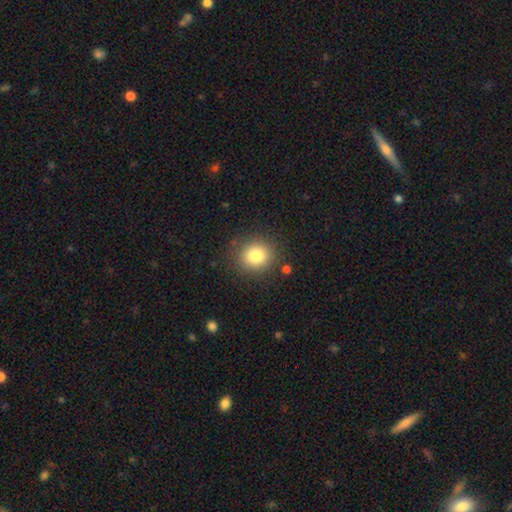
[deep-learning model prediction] Q: Smooth or featured?
A: smooth (81%); runner-up: star or artifact (11%)
Q: How rounded?
A: round (84%); runner-up: in between (15%)
Q: Merging?
A: none (87%); runner-up: minor disturbance (8%)